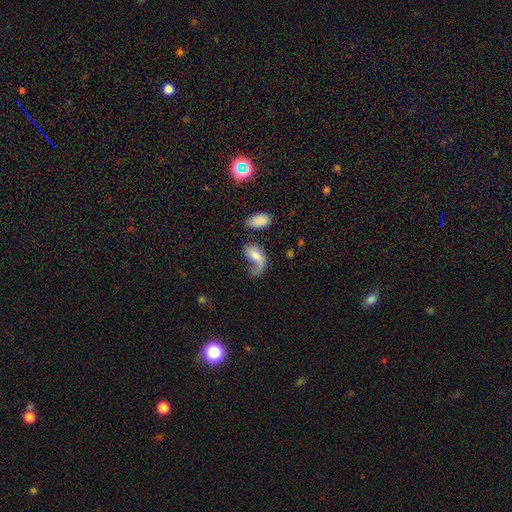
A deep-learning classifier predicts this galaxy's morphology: A smooth galaxy with no disk features (48%).

Vote fractions:
- Smooth or featured? smooth: 48% / featured or disk: 43% / star or artifact: 9%
- Merging? major disturbance: 49% / none: 24% / minor disturbance: 17% / merger: 10%